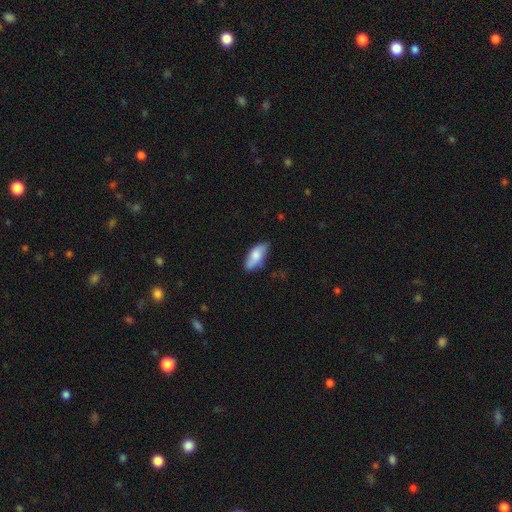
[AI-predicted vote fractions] smooth-or-featured: smooth: 74% | featured or disk: 20% | star or artifact: 6%
  how-rounded: in between: 82% | cigar-shaped: 15% | round: 2%
  merging: none: 75% | minor disturbance: 20% | major disturbance: 3% | merger: 2%